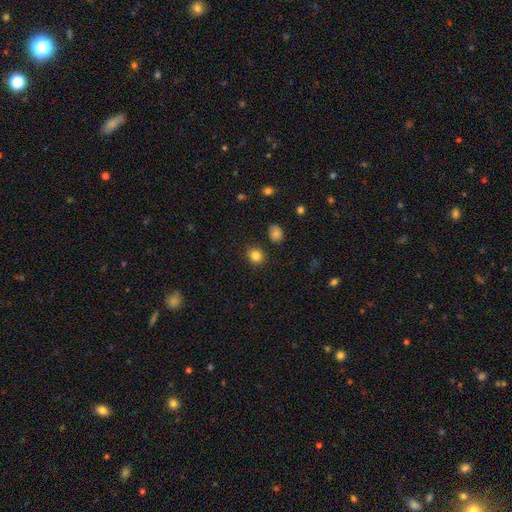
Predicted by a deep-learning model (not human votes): smooth-or-featured: smooth: 84% | star or artifact: 11% | featured or disk: 4%
  how-rounded: round: 81% | in between: 18% | cigar-shaped: 1%
  merging: none: 88% | minor disturbance: 8% | merger: 2% | major disturbance: 2%